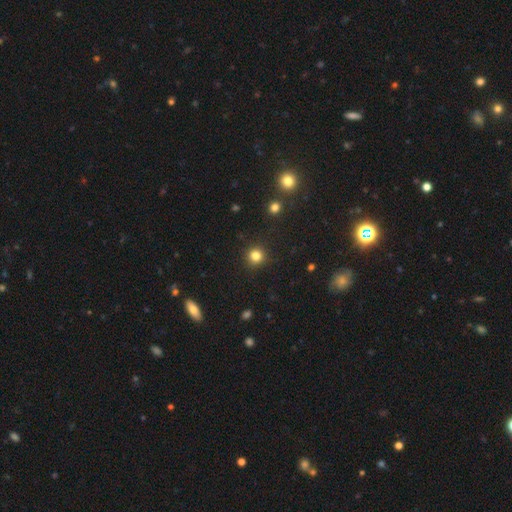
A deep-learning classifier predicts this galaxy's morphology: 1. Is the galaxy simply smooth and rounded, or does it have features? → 82% smooth, 13% star or artifact, 5% featured or disk.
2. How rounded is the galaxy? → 94% round, 5% in between, 1% cigar-shaped.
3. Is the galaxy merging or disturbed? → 92% none, 5% minor disturbance, 2% major disturbance, 1% merger.